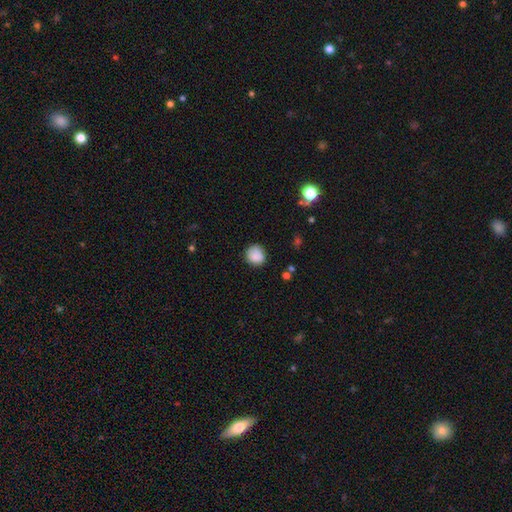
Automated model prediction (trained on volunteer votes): A smooth galaxy with no disk features (85%) that is round (83%). Merging: none (77%).